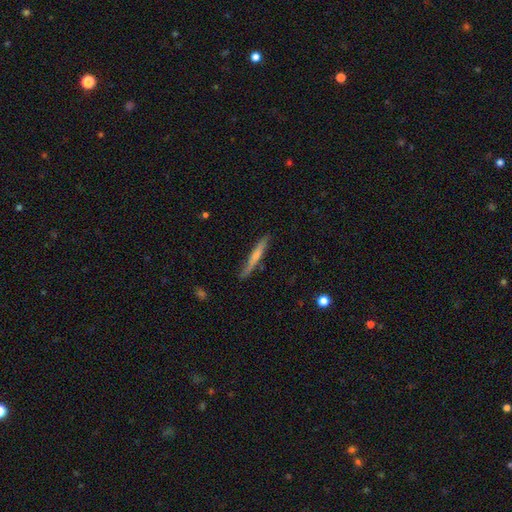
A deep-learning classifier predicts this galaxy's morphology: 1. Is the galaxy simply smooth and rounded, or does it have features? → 47% featured or disk (tied), 47% smooth (tied), 6% star or artifact.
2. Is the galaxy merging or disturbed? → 82% none, 14% minor disturbance, 2% major disturbance, 2% merger.